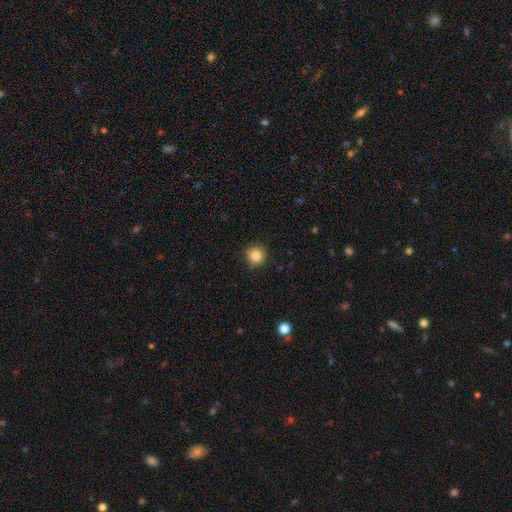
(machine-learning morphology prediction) Smooth or featured?
  - smooth: 86% *
  - star or artifact: 10%
  - featured or disk: 4%
How rounded?
  - round: 91% *
  - in between: 8%
  - cigar-shaped: 1%
Merging?
  - none: 84% *
  - minor disturbance: 12%
  - major disturbance: 3%
  - merger: 1%